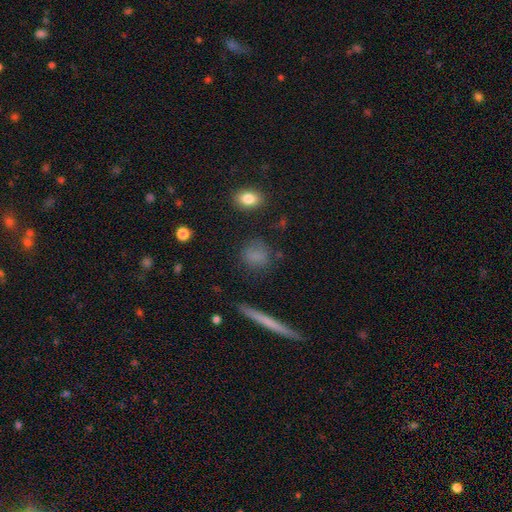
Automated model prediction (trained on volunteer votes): Smooth or featured? Predicted: smooth (p=0.77). How rounded? Predicted: round (p=0.64). Merging? Predicted: none (p=0.77).